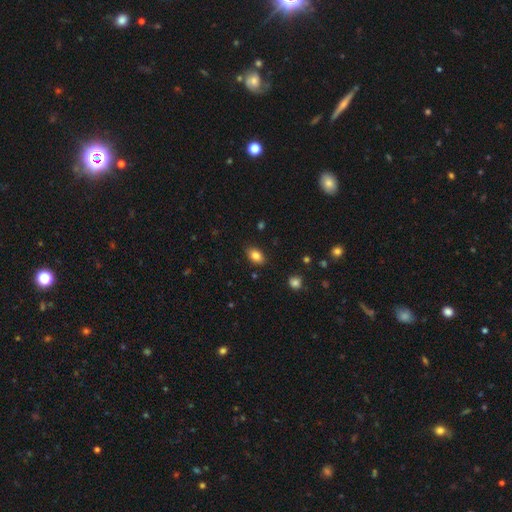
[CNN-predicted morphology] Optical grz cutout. It shows a smooth galaxy with no disk features (83%) that is in between round and cigar-shaped (86%). Merging: none (86%).